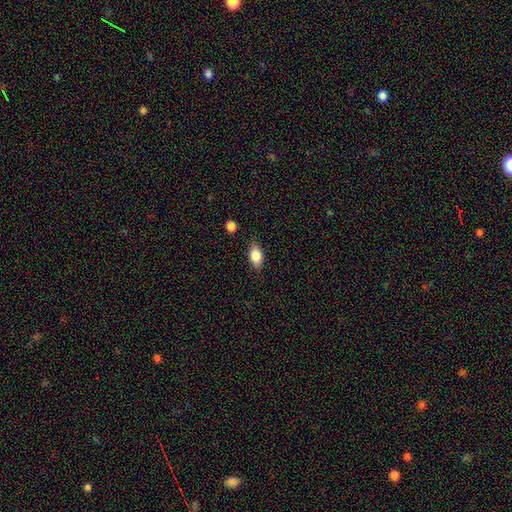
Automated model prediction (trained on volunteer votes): Morphology: type=smooth (82%); roundness=in between (87%); merging=none (83%).